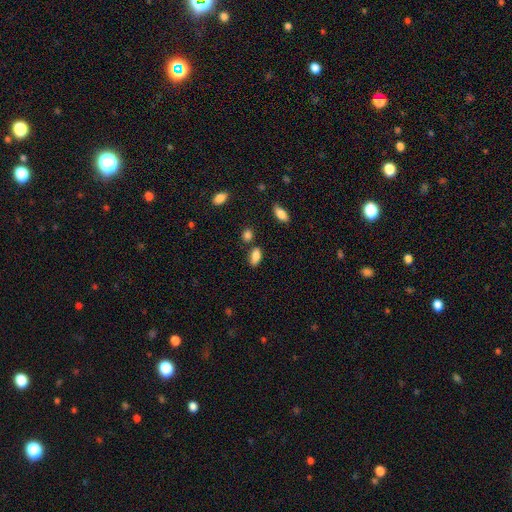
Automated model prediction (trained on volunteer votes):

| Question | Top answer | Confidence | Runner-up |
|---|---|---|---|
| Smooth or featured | smooth | 86% | star or artifact (8%) |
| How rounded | in between | 89% | cigar-shaped (6%) |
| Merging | none | 75% | minor disturbance (14%) |